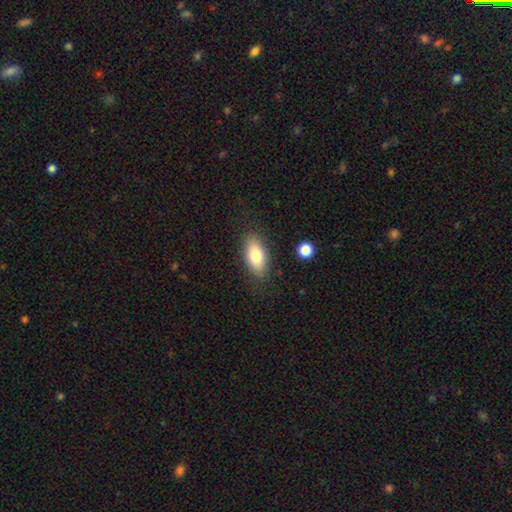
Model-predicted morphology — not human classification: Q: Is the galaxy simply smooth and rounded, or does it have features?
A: smooth — 78%.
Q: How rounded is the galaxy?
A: in between — 88%.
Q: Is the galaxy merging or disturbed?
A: none — 83%.